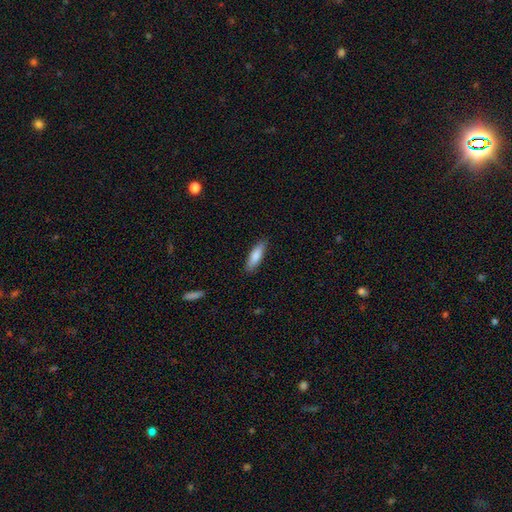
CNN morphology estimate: Smooth or featured: smooth — 83% (featured or disk — 12%)
How rounded: cigar-shaped — 52% (in between — 46%)
Merging: none — 86% (minor disturbance — 11%)